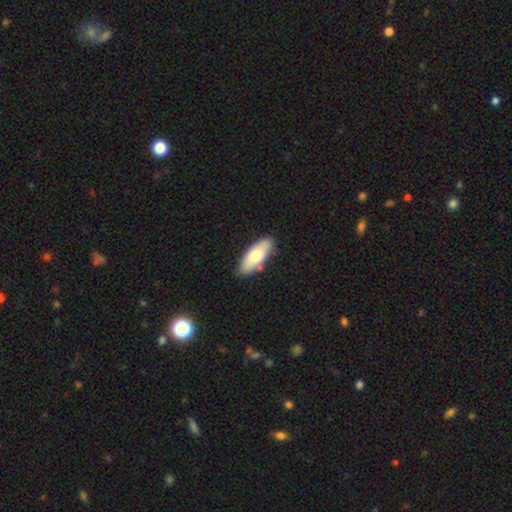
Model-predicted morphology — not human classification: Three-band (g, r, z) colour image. It shows a smooth galaxy with no disk features (71%) that is in between round and cigar-shaped (75%). Merging: none (80%).